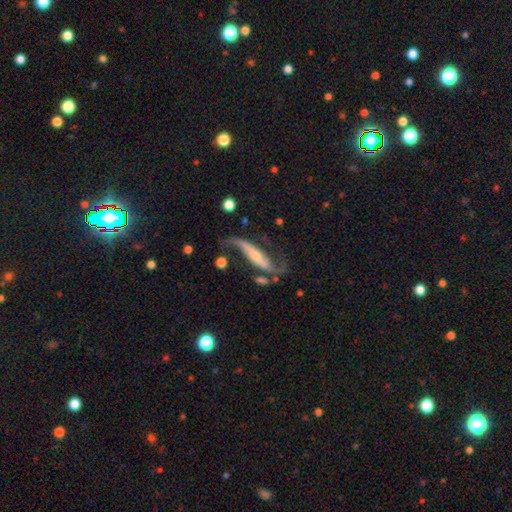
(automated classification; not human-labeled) A featured or disk galaxy (81%) with a strong bar (38%), 2 (88%) loose (84%) spiral arms (93%) and a small central bulge (58%). Merging: none (53%).